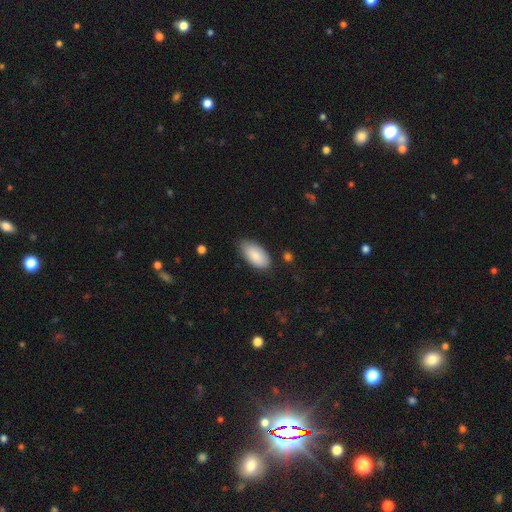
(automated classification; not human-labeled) Overall: smooth (85%). How rounded: in between (94%). Merging: none (75%).